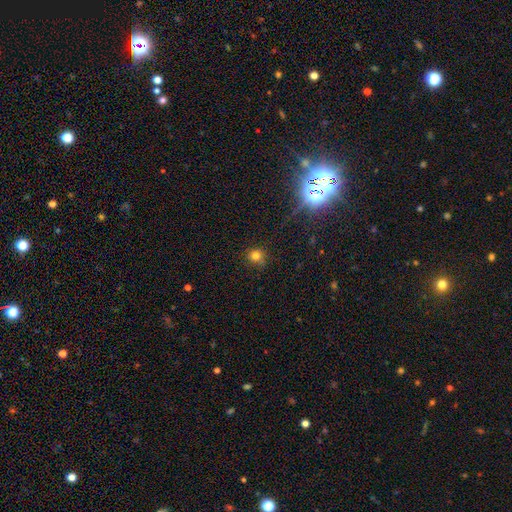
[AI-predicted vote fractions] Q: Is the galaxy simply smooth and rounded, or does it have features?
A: smooth — 77%.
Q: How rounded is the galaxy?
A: round — 89%.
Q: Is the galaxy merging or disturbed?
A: none — 82%.